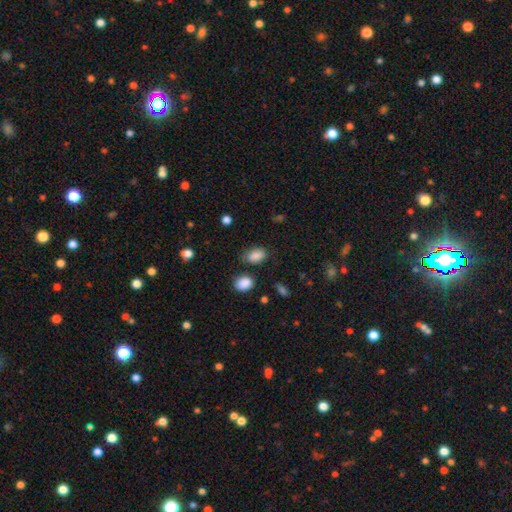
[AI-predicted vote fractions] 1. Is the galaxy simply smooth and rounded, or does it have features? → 85% smooth, 9% star or artifact, 6% featured or disk.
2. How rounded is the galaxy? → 86% in between, 12% round, 1% cigar-shaped.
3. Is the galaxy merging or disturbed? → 70% none, 20% minor disturbance, 6% major disturbance, 4% merger.